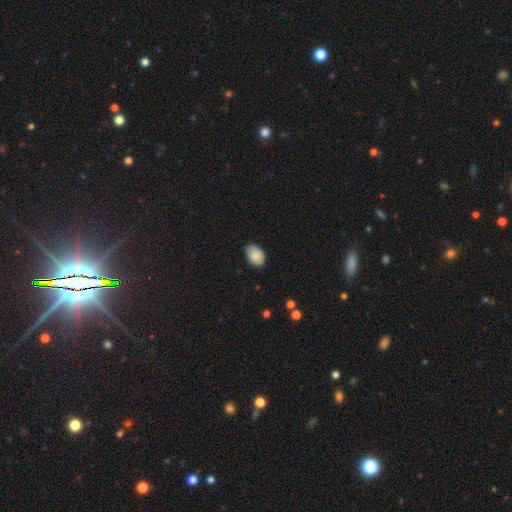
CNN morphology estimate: type=smooth (86%); roundness=in between (87%); merging=none (77%).